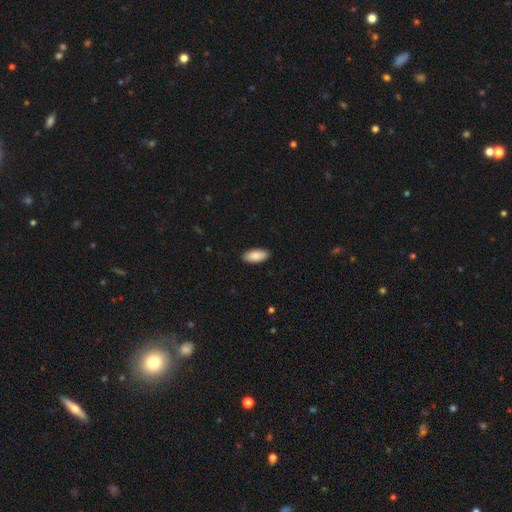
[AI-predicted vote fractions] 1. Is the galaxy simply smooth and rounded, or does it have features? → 88% smooth, 6% featured or disk, 6% star or artifact.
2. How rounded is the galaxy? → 90% in between, 8% cigar-shaped, 2% round.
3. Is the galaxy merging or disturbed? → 89% none, 8% minor disturbance, 2% major disturbance, 1% merger.